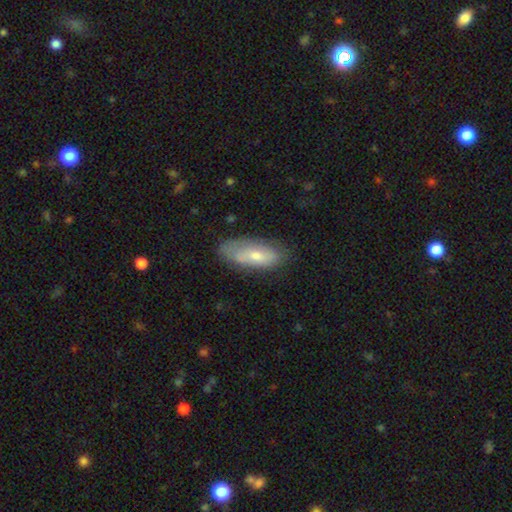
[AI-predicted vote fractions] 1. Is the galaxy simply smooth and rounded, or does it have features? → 64% smooth, 30% featured or disk, 6% star or artifact.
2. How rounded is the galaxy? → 75% in between, 22% cigar-shaped, 3% round.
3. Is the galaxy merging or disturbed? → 64% none, 26% minor disturbance, 8% major disturbance, 3% merger.